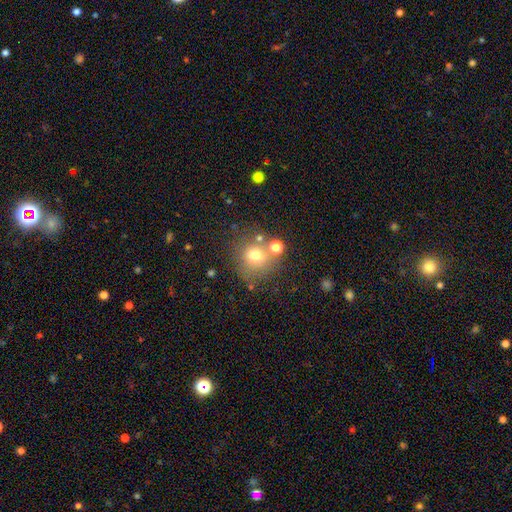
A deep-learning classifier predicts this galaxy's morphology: smooth-or-featured: smooth: 70% | star or artifact: 16% | featured or disk: 13%
  how-rounded: round: 87% | in between: 12% | cigar-shaped: 1%
  merging: none: 67% | merger: 15% | minor disturbance: 12% | major disturbance: 6%